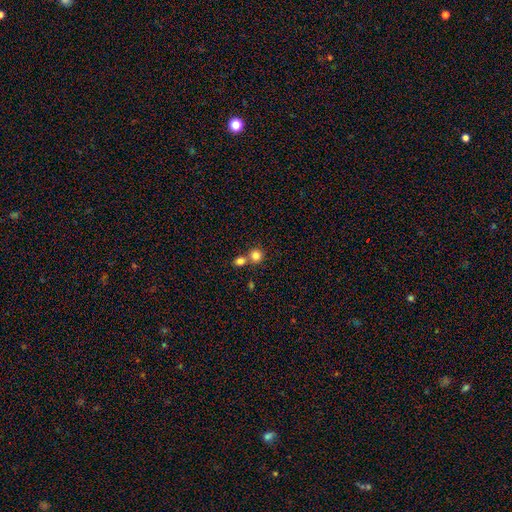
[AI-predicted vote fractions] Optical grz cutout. It shows a smooth galaxy with no disk features (83%) that is round (89%). Merging: none (53%).